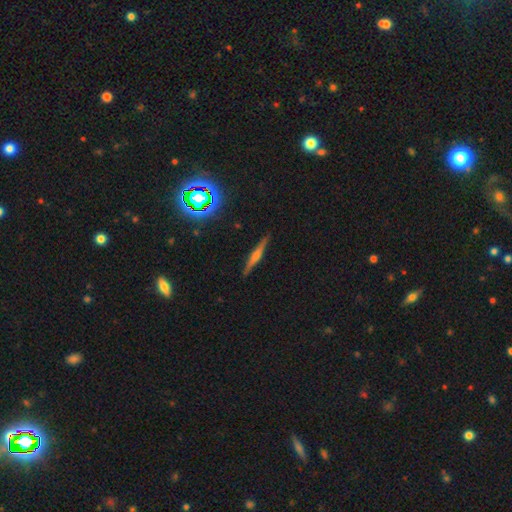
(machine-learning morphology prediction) Smooth or featured: featured or disk — 67% (smooth — 20%)
Edge-on disk: yes — 97% (no — 3%)
Edge-on bulge: rounded — 77% (boxy — 13%)
Merging: none — 90% (minor disturbance — 7%)